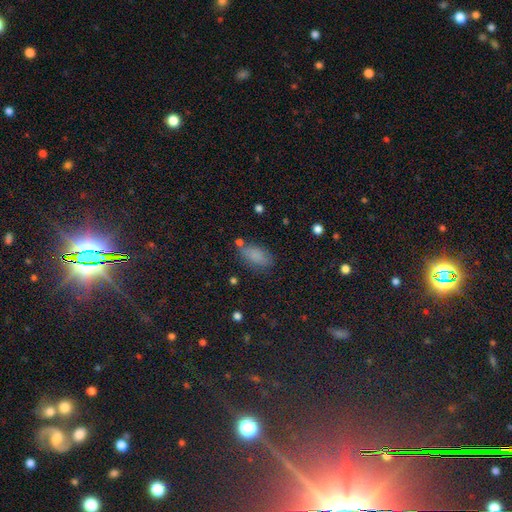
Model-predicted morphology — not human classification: smooth_or_featured: smooth (p=0.81) [alt: star or artifact p=0.11]
how_rounded: in between (p=0.90) [alt: cigar-shaped p=0.06]
merging: none (p=0.65) [alt: minor disturbance p=0.21]